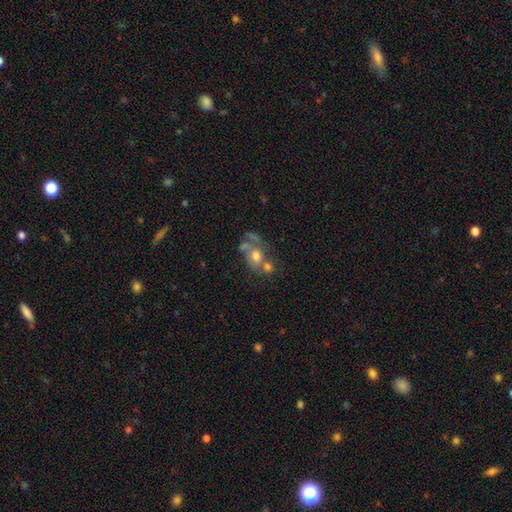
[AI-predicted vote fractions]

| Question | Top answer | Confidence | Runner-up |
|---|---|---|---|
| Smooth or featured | featured or disk | 44% | smooth (41%) |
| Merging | merger | 43% | none (27%) |